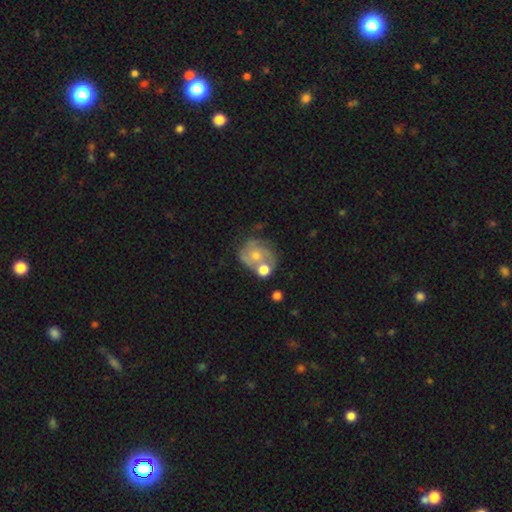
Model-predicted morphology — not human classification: Smooth or featured?
  - featured or disk: 63% *
  - smooth: 28%
  - star or artifact: 9%
Edge-on disk?
  - no: 98% *
  - yes: 2%
Bar?
  - no: 80% *
  - weak: 18%
  - strong: 3%
Spiral arms?
  - yes: 78% *
  - no: 22%
Bulge size?
  - moderate: 47% *
  - small: 46%
  - none: 3%
  - large: 3%
  - dominant: 1%
Merging?
  - none: 46% *
  - merger: 25%
  - minor disturbance: 19%
  - major disturbance: 10%